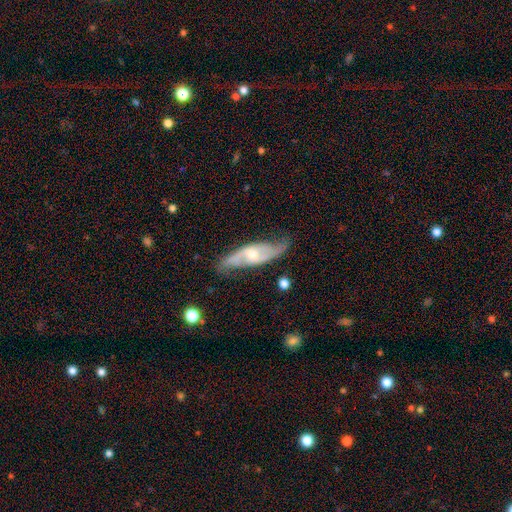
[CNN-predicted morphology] Q: Smooth or featured?
A: featured or disk (80%); runner-up: smooth (13%)
Q: Edge-on disk?
A: no (79%); runner-up: yes (21%)
Q: Bar?
A: no (51%); runner-up: weak (37%)
Q: Spiral arms?
A: yes (93%); runner-up: no (7%)
Q: Spiral winding?
A: loose (41%); tied with: medium (41%)
Q: Spiral arm count?
A: 2 (86%); runner-up: can't tell (8%)
Q: Bulge size?
A: moderate (55%); runner-up: small (35%)
Q: Merging?
A: none (77%); runner-up: minor disturbance (16%)